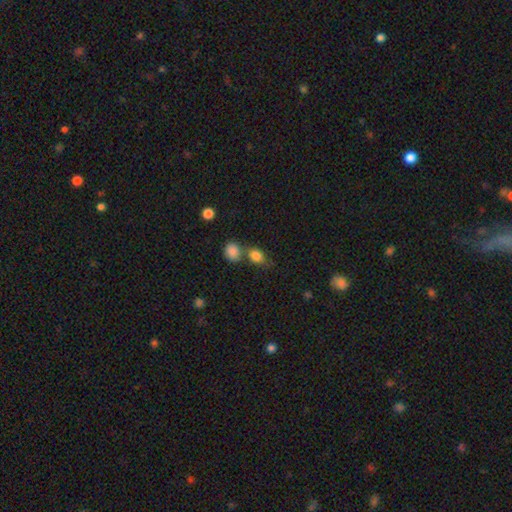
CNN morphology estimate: A smooth galaxy with no disk features (83%) that is in between round and cigar-shaped (56%). Merging: none (50%).